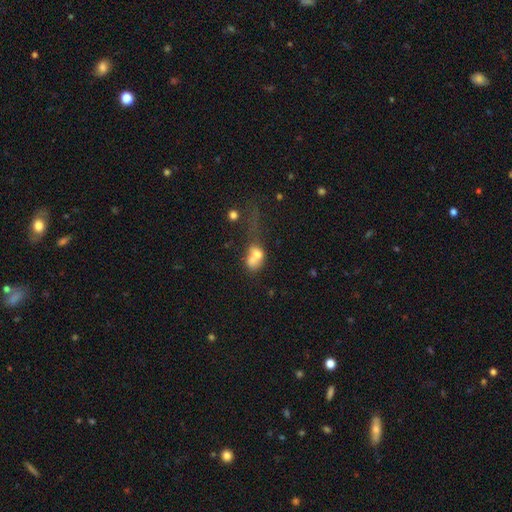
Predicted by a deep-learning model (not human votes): smooth-or-featured: smooth: 64% | featured or disk: 25% | star or artifact: 11%
  how-rounded: in between: 62% | round: 36% | cigar-shaped: 3%
  merging: merger: 59% | major disturbance: 16% | none: 15% | minor disturbance: 10%